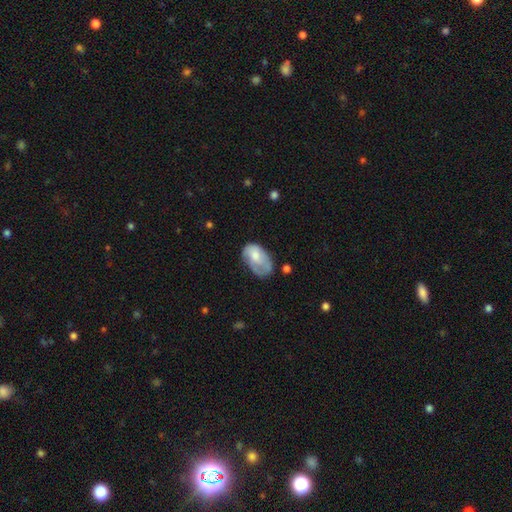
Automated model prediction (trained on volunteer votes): Smooth or featured: smooth — 61% (featured or disk — 33%)
How rounded: in between — 90% (round — 9%)
Merging: none — 38% (minor disturbance — 37%)